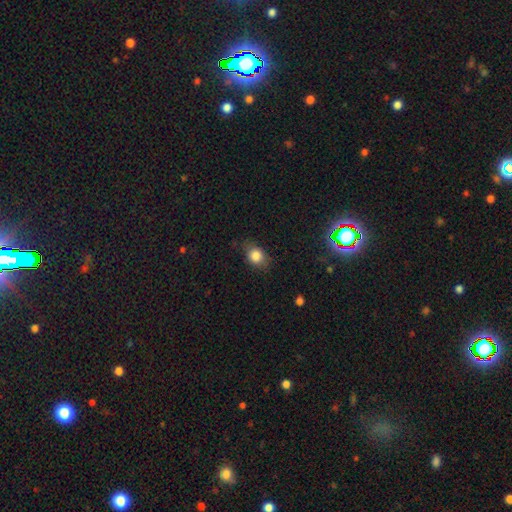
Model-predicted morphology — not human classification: A smooth galaxy with no disk features (82%) that is in between round and cigar-shaped (54%). Merging: none (73%).